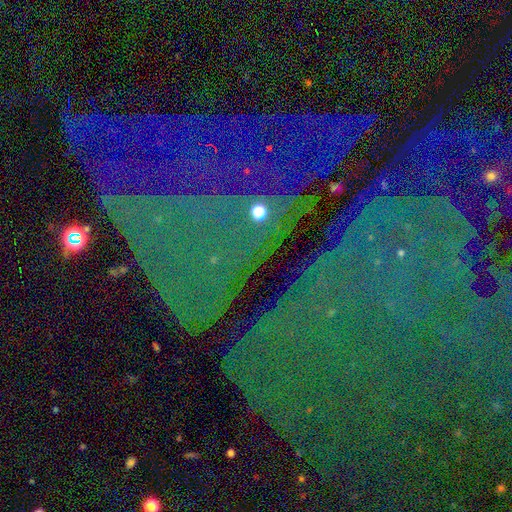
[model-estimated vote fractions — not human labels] Smooth or featured? star or artifact (84%)